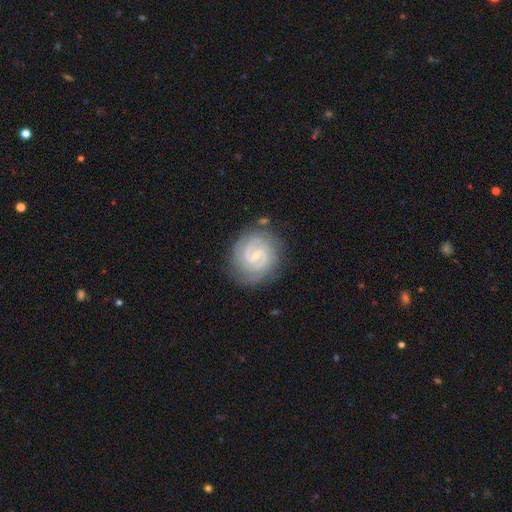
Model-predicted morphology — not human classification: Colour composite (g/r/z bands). It shows a featured or disk galaxy (88%) with a weak bar (56%), 2 (71%) tight (69%) spiral arms (98%) and a small central bulge (77%). Merging: none (82%).